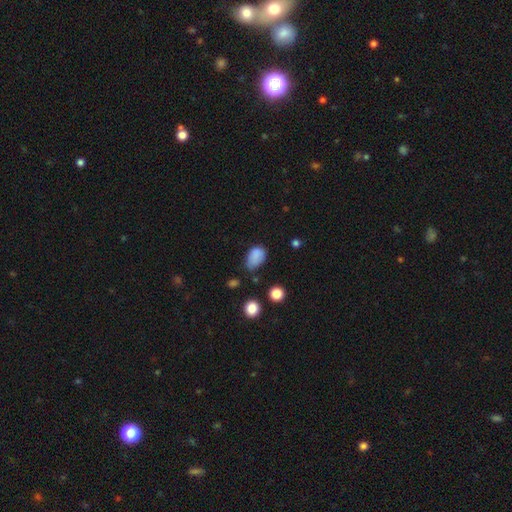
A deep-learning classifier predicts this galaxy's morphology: This appears to be a smooth galaxy with no disk features (83%) that is in between round and cigar-shaped (85%). Merging: none (43%).